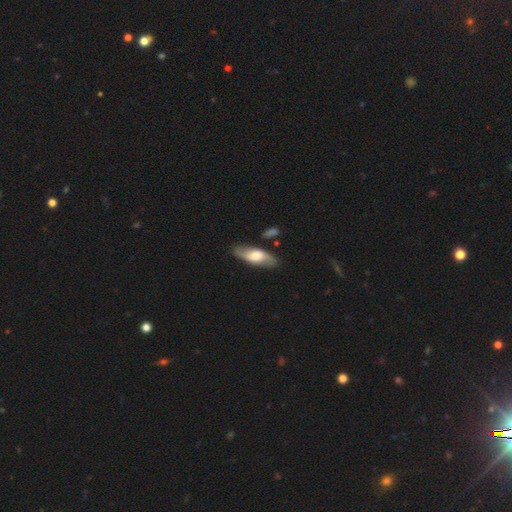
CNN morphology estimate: type=featured or disk (49%); merging=none (83%).